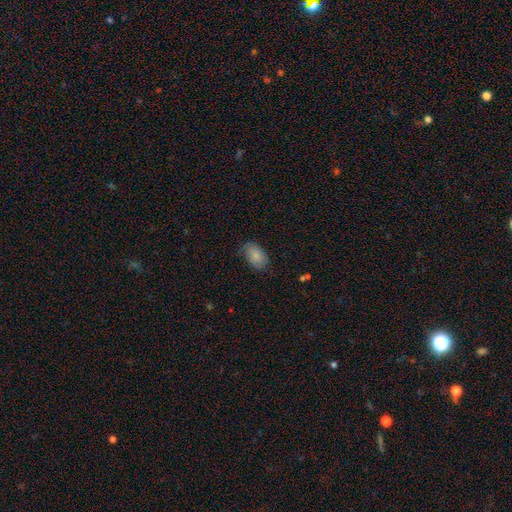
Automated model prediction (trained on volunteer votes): A smooth galaxy with no disk features (81%) that is in between round and cigar-shaped (90%). Merging: none (67%).